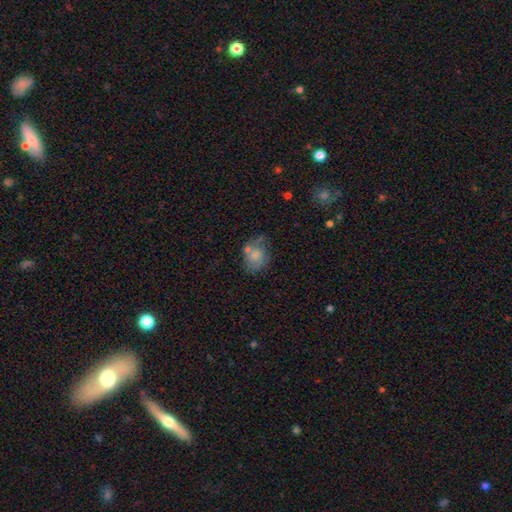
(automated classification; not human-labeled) smooth_or_featured: smooth (p=0.58) [alt: featured or disk p=0.32]
how_rounded: in between (p=0.58) [alt: round p=0.41]
merging: none (p=0.40) [alt: minor disturbance p=0.27]